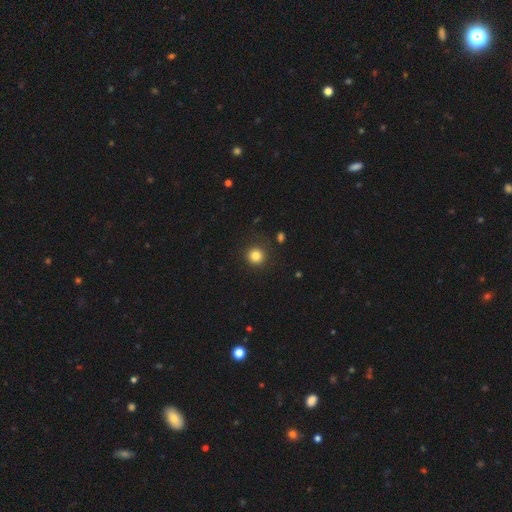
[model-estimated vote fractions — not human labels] A smooth galaxy with no disk features (83%) that is round (94%). Merging: none (88%).